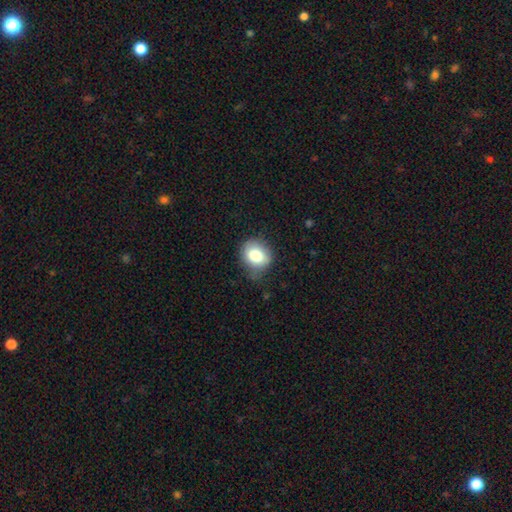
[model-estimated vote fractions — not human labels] This appears to be a smooth galaxy with no disk features (79%) that is round (66%). Merging: none (70%).